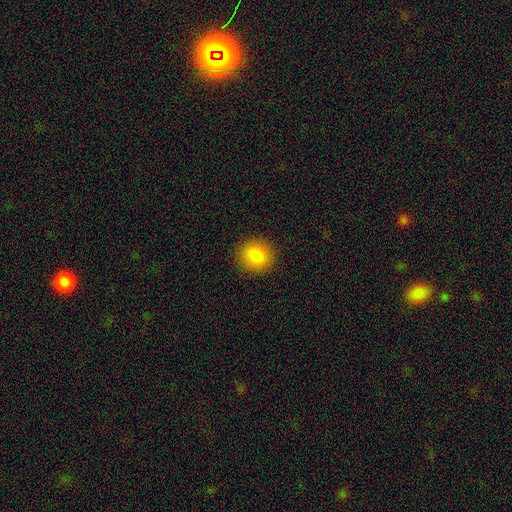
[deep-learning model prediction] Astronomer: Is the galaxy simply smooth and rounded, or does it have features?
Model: smooth — 86%.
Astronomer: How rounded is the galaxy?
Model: round — 86%.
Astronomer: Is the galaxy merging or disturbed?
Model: none — 90%.